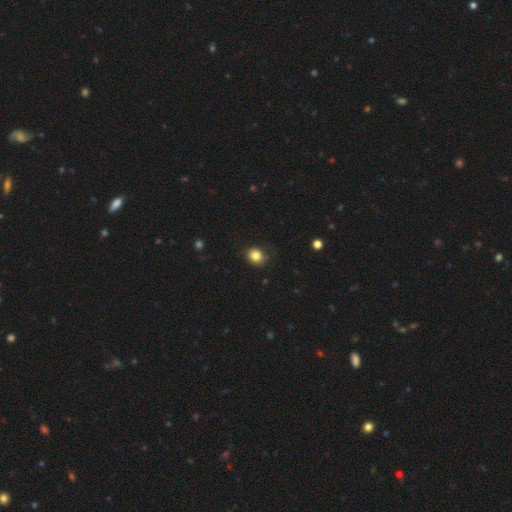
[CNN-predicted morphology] Smooth or featured: smooth — 84% (star or artifact — 11%)
How rounded: round — 72% (in between — 27%)
Merging: none — 82% (minor disturbance — 14%)